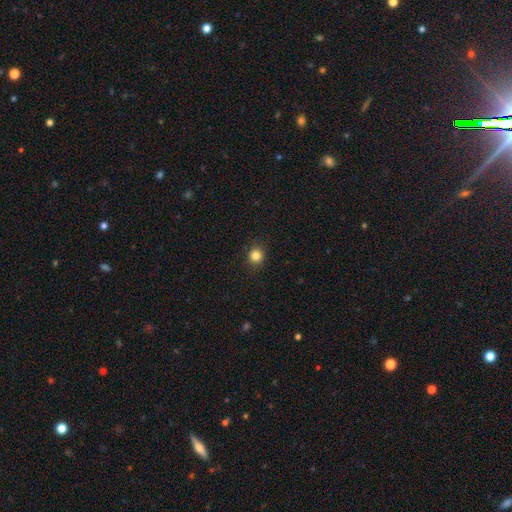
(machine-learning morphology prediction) Q: Smooth or featured?
A: smooth (84%); runner-up: star or artifact (12%)
Q: How rounded?
A: round (91%); runner-up: in between (8%)
Q: Merging?
A: none (91%); runner-up: minor disturbance (6%)